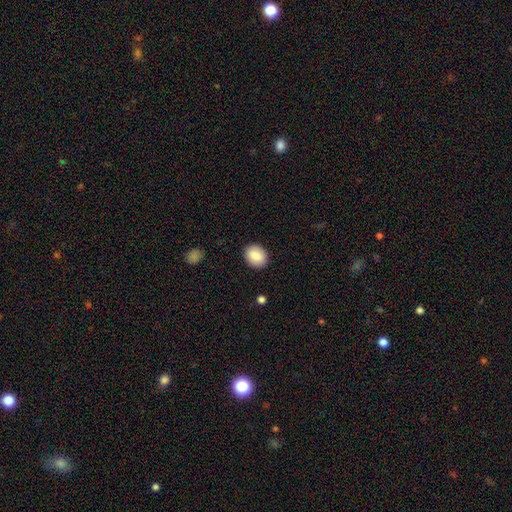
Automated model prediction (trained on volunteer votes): Overall: smooth (86%). How rounded: in between (50%; round 49%). Merging: none (90%).